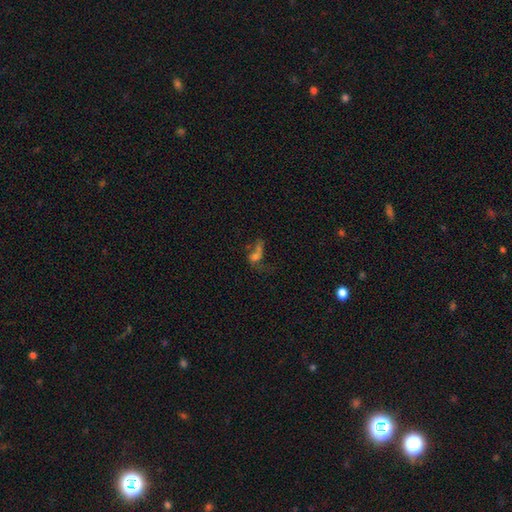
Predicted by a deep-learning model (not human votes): Smooth or featured: smooth — 38% (featured or disk — 37%)
Merging: major disturbance — 37% (none — 27%)